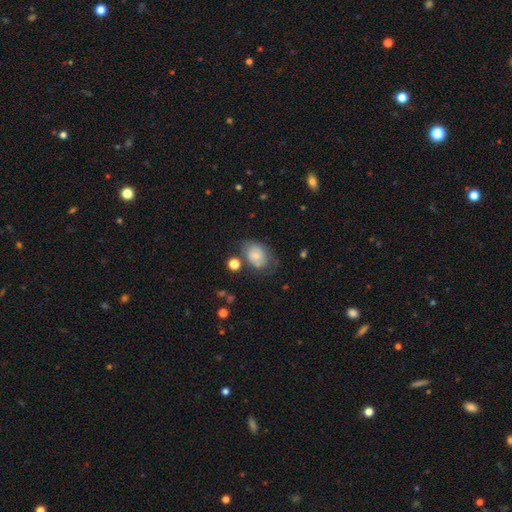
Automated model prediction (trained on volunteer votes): smooth_or_featured: smooth (p=0.59) [alt: featured or disk p=0.32]
how_rounded: in between (p=0.69) [alt: round p=0.30]
merging: none (p=0.53) [alt: minor disturbance p=0.26]